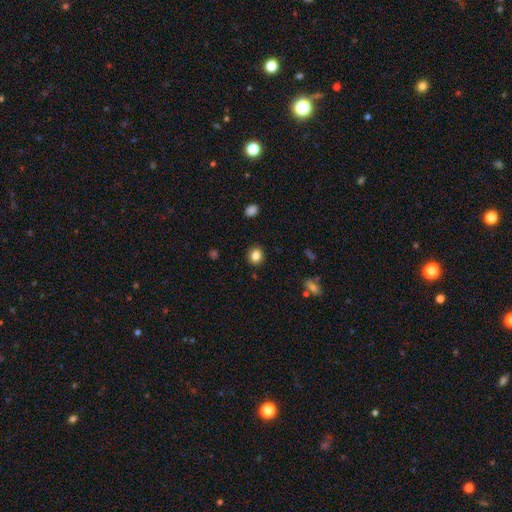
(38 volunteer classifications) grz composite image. It shows a smooth galaxy with no disk features (84%) that is round (72%). Merging: none (82%).